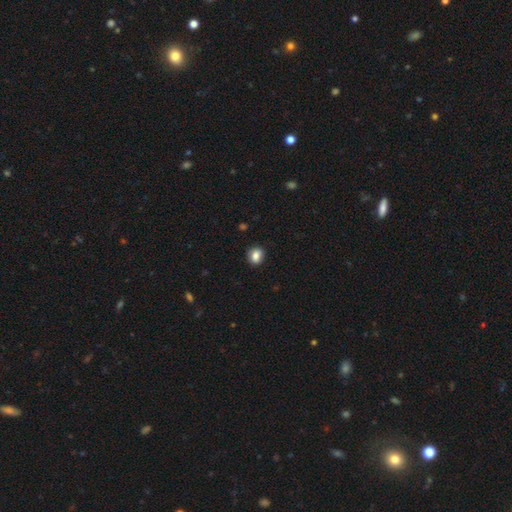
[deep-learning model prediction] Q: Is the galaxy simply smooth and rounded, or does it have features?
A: smooth — 82%.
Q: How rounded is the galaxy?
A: round — 66%.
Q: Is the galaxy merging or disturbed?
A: none — 86%.